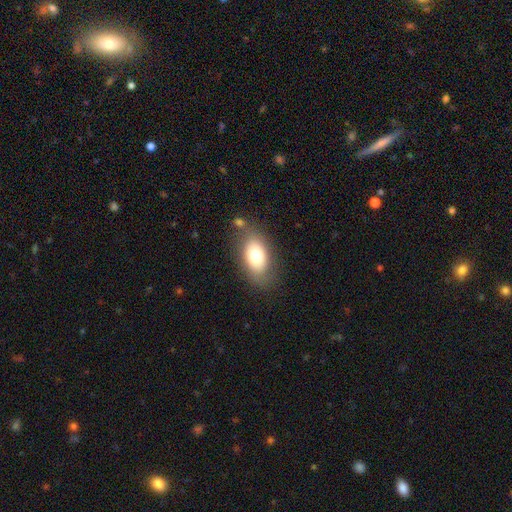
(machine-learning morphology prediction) A smooth galaxy with no disk features (74%) that is in between round and cigar-shaped (90%). Merging: none (74%).